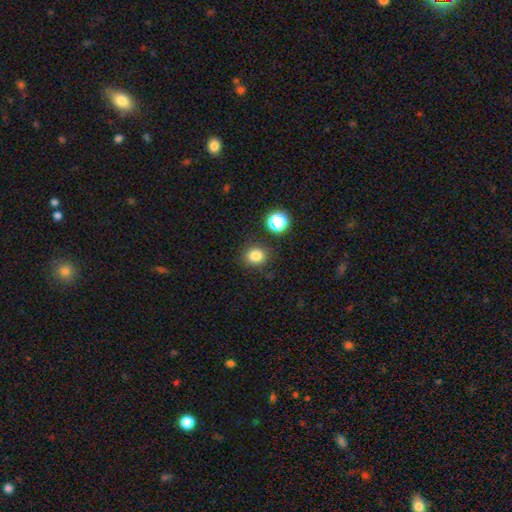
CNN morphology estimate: Q: Smooth or featured?
A: smooth (81%); runner-up: star or artifact (14%)
Q: How rounded?
A: round (78%); runner-up: in between (21%)
Q: Merging?
A: none (84%); runner-up: minor disturbance (9%)